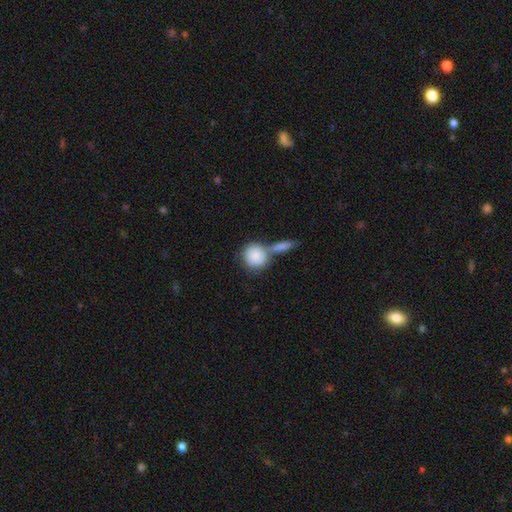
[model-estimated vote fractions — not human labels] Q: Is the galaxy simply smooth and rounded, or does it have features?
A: smooth — 86%.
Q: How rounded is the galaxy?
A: round — 84%.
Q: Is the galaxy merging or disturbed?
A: merger — 43%.